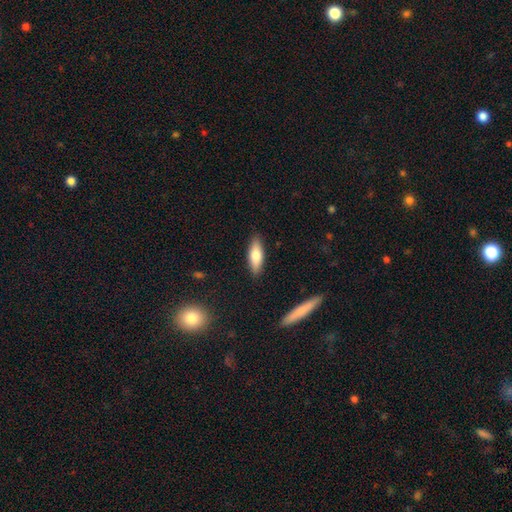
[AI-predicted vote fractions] Smooth or featured: smooth — 71% (featured or disk — 22%)
How rounded: in between — 56% (cigar-shaped — 42%)
Merging: none — 88% (minor disturbance — 9%)